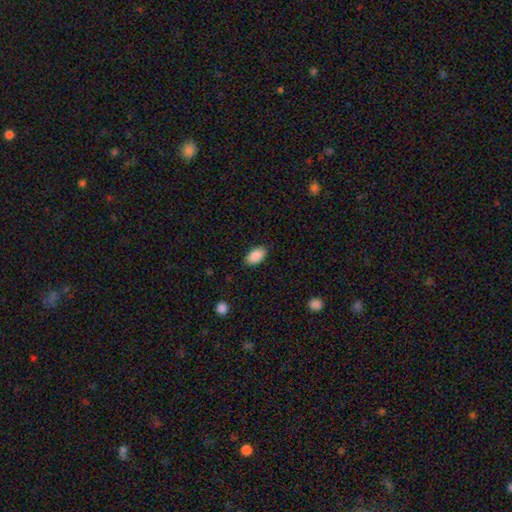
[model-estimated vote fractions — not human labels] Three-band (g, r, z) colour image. It shows a smooth galaxy with no disk features (89%) that is in between round and cigar-shaped (94%). Merging: none (88%).